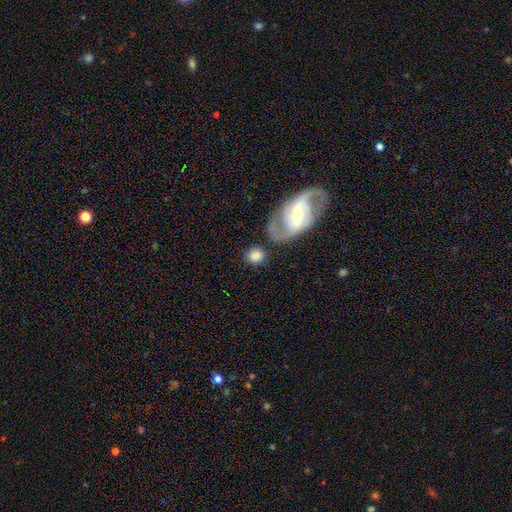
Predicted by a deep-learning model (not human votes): A smooth galaxy with no disk features (77%) that is round (69%).

Vote fractions:
- Smooth or featured? smooth: 77% / featured or disk: 16% / star or artifact: 7%
- How rounded? round: 69% / in between: 29% / cigar-shaped: 2%
- Merging? none: 63% / minor disturbance: 14% / merger: 13% / major disturbance: 10%